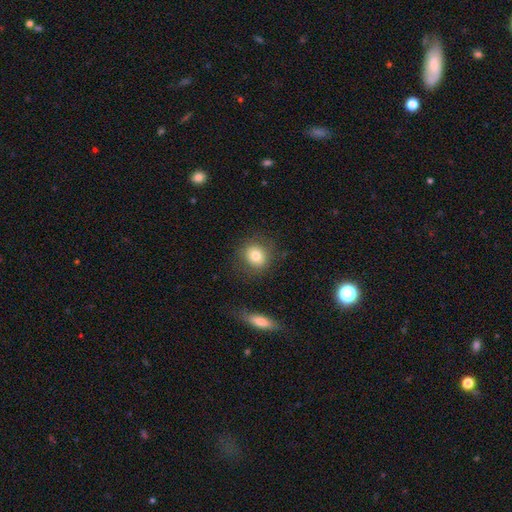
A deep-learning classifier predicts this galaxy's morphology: smooth 78%, featured or disk 13%, star or artifact 9%. Down the decision tree: how rounded — round (78%); merging — none (79%).